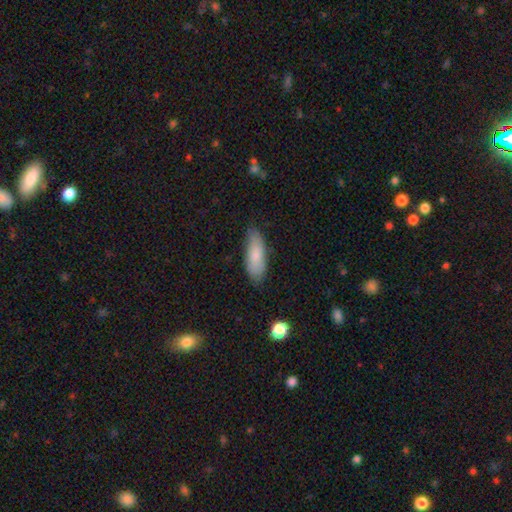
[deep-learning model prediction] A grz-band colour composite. It shows a smooth galaxy with no disk features (78%) that is in between round and cigar-shaped (67%). Merging: none (79%).